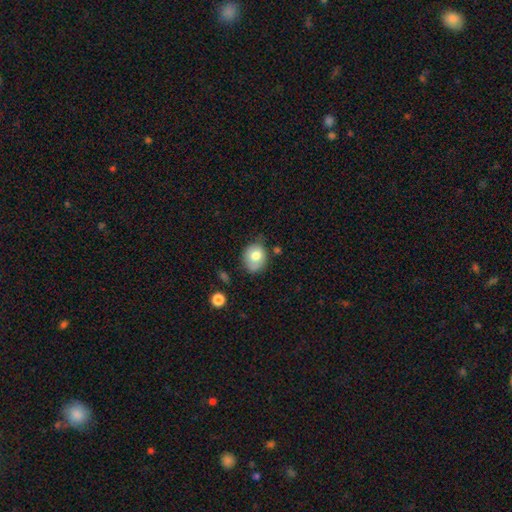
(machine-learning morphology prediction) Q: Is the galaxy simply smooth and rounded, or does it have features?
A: smooth — 74%.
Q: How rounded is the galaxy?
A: round — 61%.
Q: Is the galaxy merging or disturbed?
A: none — 59%.